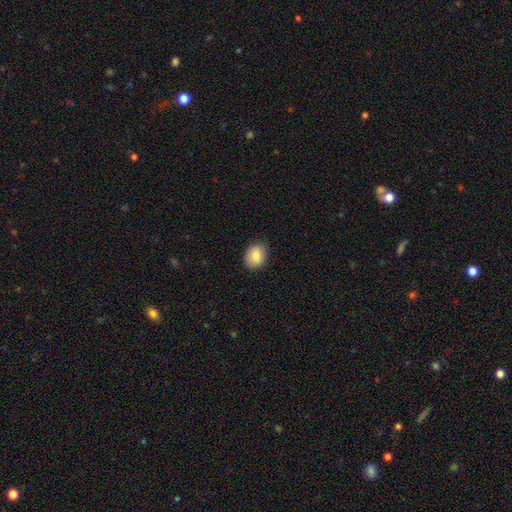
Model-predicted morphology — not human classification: type=smooth (83%); roundness=in between (53%); merging=none (82%).